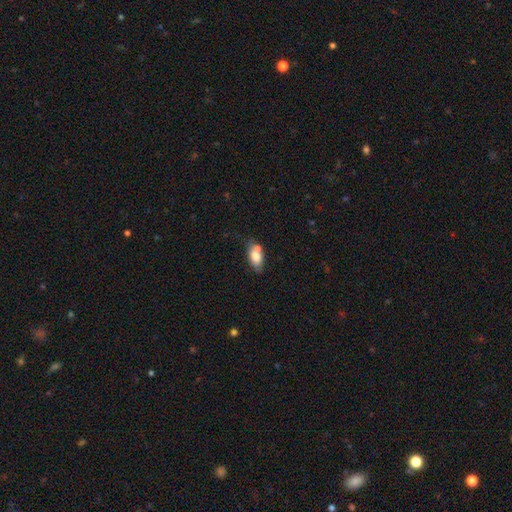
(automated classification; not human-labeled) Smooth or featured? Predicted: smooth (p=0.75). How rounded? Predicted: in between (p=0.88). Merging? Predicted: none (p=0.54).